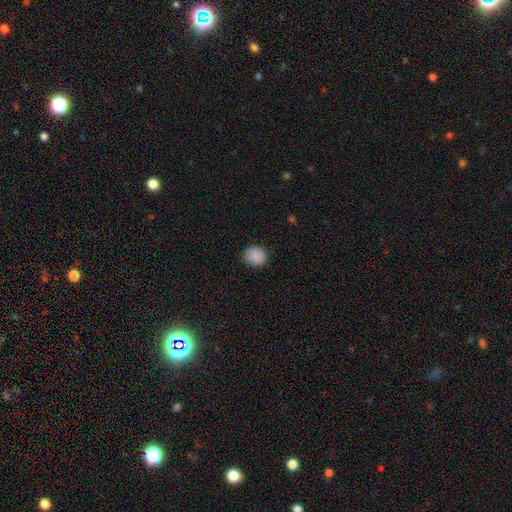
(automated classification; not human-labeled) Smooth or featured?
  - smooth: 88% *
  - star or artifact: 8%
  - featured or disk: 4%
How rounded?
  - round: 79% *
  - in between: 20%
  - cigar-shaped: 1%
Merging?
  - none: 83% *
  - minor disturbance: 13%
  - major disturbance: 2%
  - merger: 1%